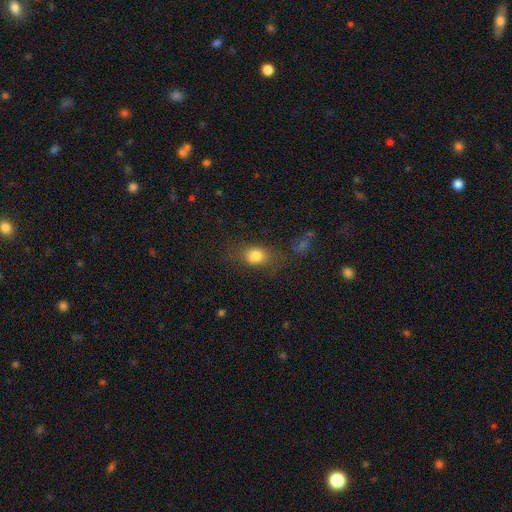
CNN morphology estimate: Smooth or featured: smooth — 79% (star or artifact — 11%)
How rounded: in between — 60% (round — 36%)
Merging: none — 65% (minor disturbance — 20%)